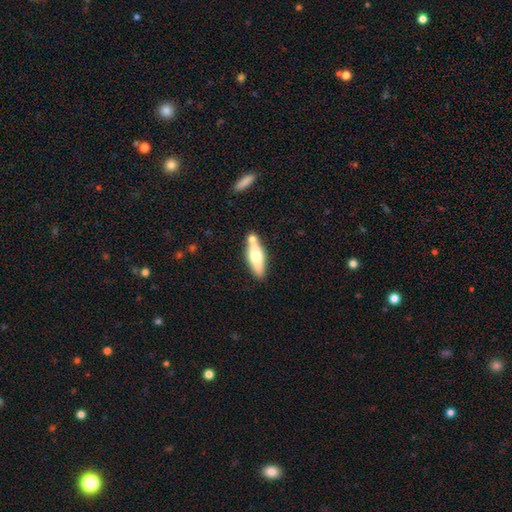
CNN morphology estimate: Smooth or featured? Predicted: smooth (p=0.54). How rounded? Predicted: cigar-shaped (p=0.54). Merging? Predicted: none (p=0.68).